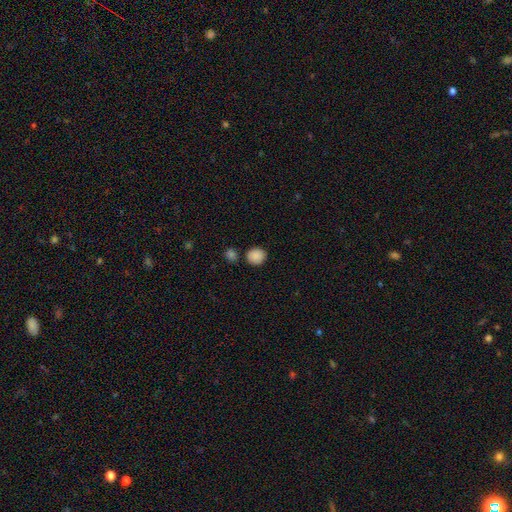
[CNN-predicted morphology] Q: Smooth or featured?
A: smooth (87%); runner-up: star or artifact (9%)
Q: How rounded?
A: round (81%); runner-up: in between (18%)
Q: Merging?
A: none (78%); runner-up: minor disturbance (11%)